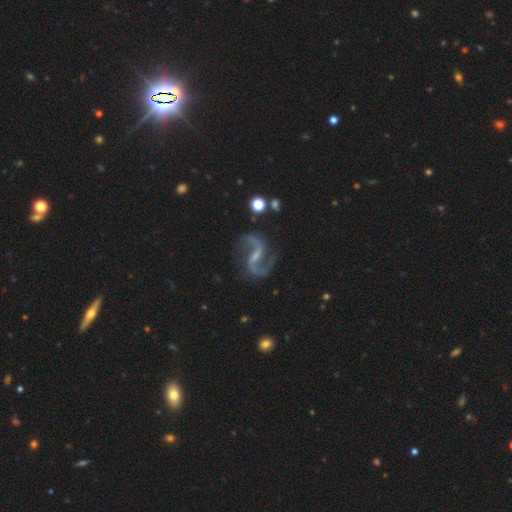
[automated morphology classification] Smooth or featured?
  - featured or disk: 93% *
  - star or artifact: 5%
  - smooth: 3%
Edge-on disk?
  - no: 98% *
  - yes: 2%
Bar?
  - weak: 49% *
  - strong: 33%
  - no: 18%
Spiral arms?
  - yes: 98% *
  - no: 2%
Spiral winding?
  - loose: 55% *
  - medium: 39%
  - tight: 6%
Spiral arm count?
  - 2: 94% *
  - 1: 1%
  - can't tell: 1%
  - 3: 1%
  - 4: 1%
  - more than 4: 1%
Bulge size?
  - small: 52% *
  - none: 28%
  - moderate: 18%
  - large: 1%
  - dominant: 1%
Merging?
  - none: 79% *
  - minor disturbance: 13%
  - major disturbance: 6%
  - merger: 2%